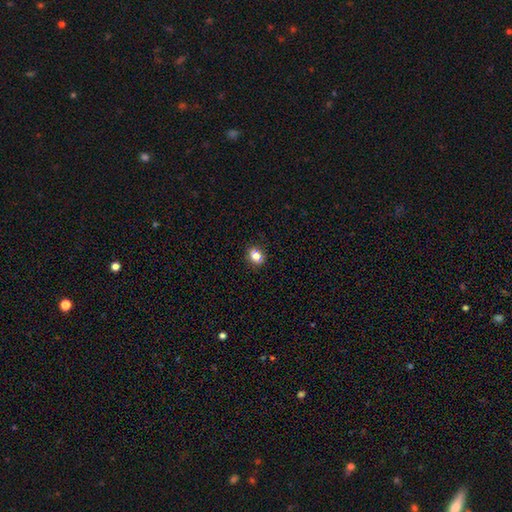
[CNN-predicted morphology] smooth_or_featured: smooth (p=0.78) [alt: star or artifact p=0.13]
how_rounded: in between (p=0.51) [alt: round p=0.48]
merging: none (p=0.85) [alt: minor disturbance p=0.10]